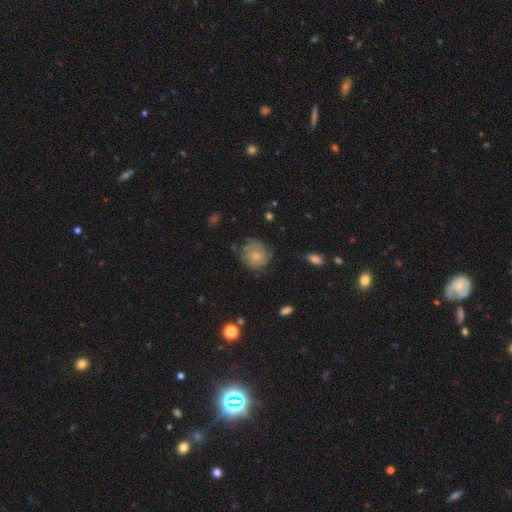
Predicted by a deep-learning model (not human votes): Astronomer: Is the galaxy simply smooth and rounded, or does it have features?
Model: featured or disk — 47% (runner-up: smooth, 44%).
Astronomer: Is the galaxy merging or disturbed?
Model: none — 69%.